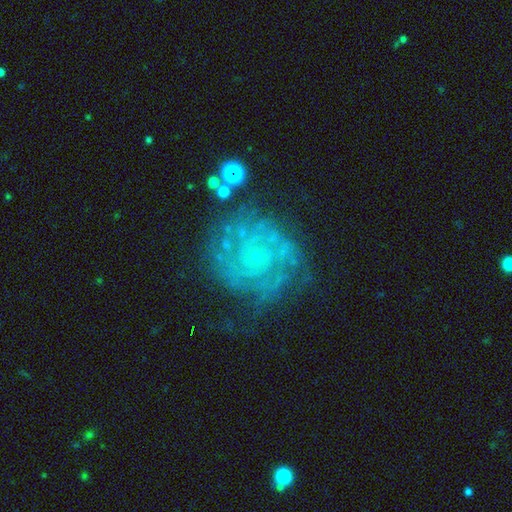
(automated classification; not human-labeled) smooth-or-featured: featured or disk: 79% | smooth: 12% | star or artifact: 10%
  disk-edge-on: no: 98% | yes: 2%
    bar: no: 83% | weak: 14% | strong: 3%
    has-spiral-arms: yes: 90% | no: 10%
      spiral-winding: tight: 68% | medium: 24% | loose: 7%
      spiral-arm-count: can't tell: 39% | 2: 19% | 3: 16% | 4: 12% | more than 4: 7% | 1: 6%
    bulge-size: small: 84% | none: 8% | moderate: 6% | large: 1% | dominant: 1%
  merging: none: 64% | minor disturbance: 20% | major disturbance: 13% | merger: 3%